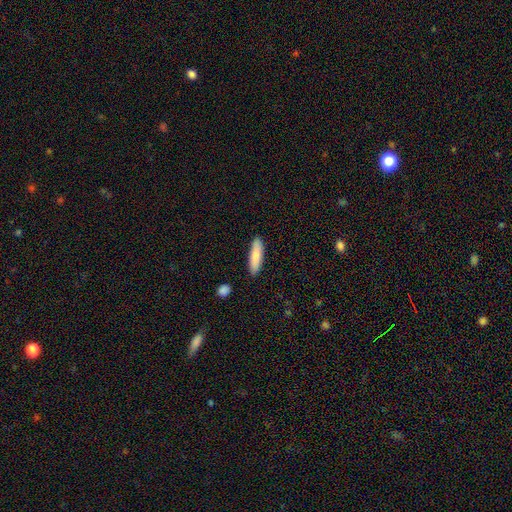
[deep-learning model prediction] Smooth or featured: smooth — 85% (featured or disk — 9%)
How rounded: cigar-shaped — 69% (in between — 30%)
Merging: none — 88% (minor disturbance — 9%)